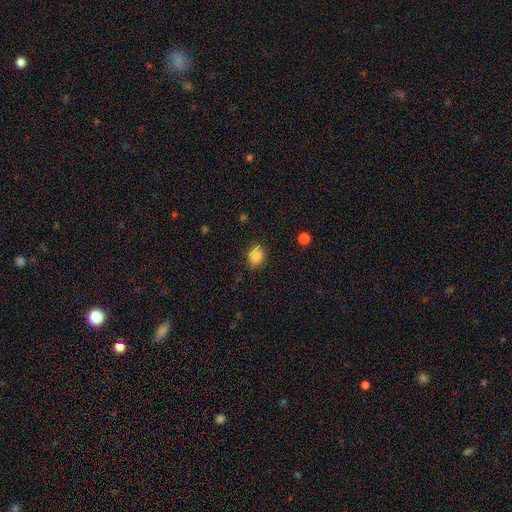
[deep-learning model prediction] smooth-or-featured: smooth: 85% | star or artifact: 10% | featured or disk: 5%
  how-rounded: round: 53% | in between: 46% | cigar-shaped: 1%
  merging: none: 84% | minor disturbance: 12% | major disturbance: 3% | merger: 1%